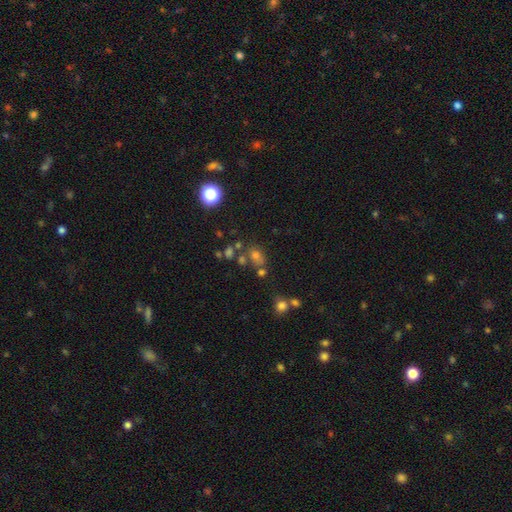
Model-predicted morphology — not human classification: Smooth or featured? smooth (60%)
How rounded? in between (53%)
Merging? none (55%)